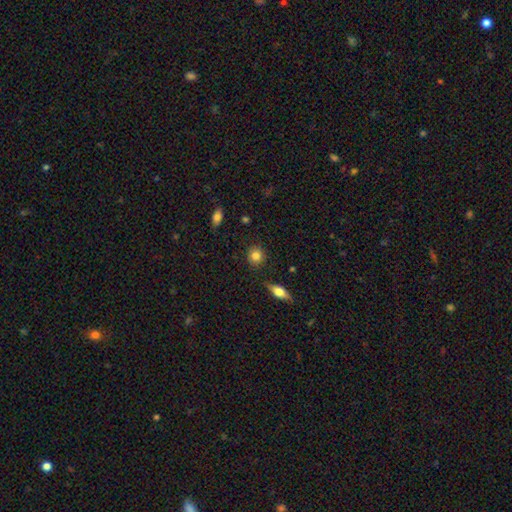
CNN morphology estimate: This appears to be a smooth galaxy with no disk features (84%) that is round (84%). Merging: none (87%).